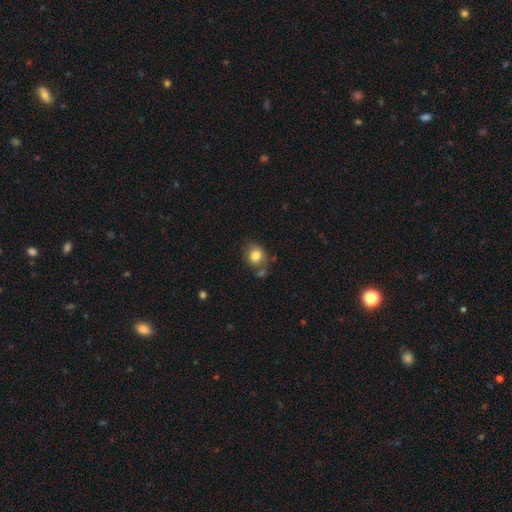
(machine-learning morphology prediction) Q: Smooth or featured?
A: smooth (80%); runner-up: featured or disk (11%)
Q: How rounded?
A: round (66%); runner-up: in between (33%)
Q: Merging?
A: none (60%); runner-up: minor disturbance (19%)